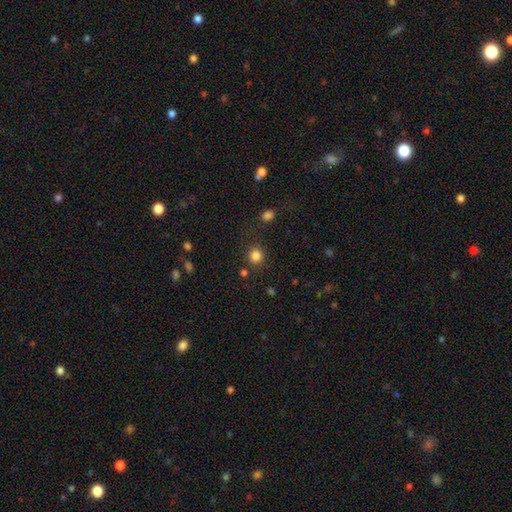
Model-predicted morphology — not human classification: smooth 83%, star or artifact 13%, featured or disk 4%. Down the decision tree: how rounded — round (89%); merging — none (84%).